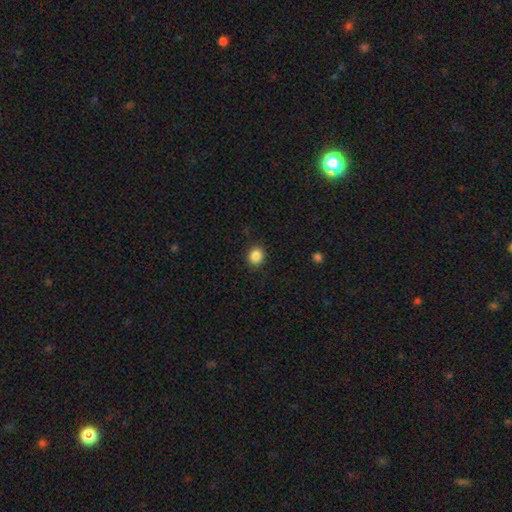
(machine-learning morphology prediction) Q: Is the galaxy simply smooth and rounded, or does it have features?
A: smooth — 87%.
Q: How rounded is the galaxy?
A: round — 79%.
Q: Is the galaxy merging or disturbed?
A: none — 90%.